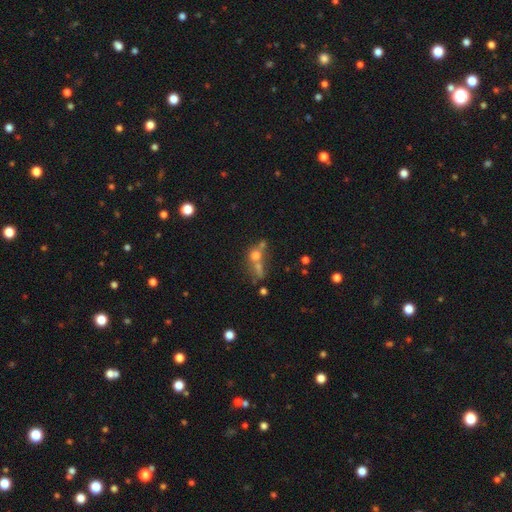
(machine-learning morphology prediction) type=smooth (57%); roundness=round (73%); merging=merger (48%).